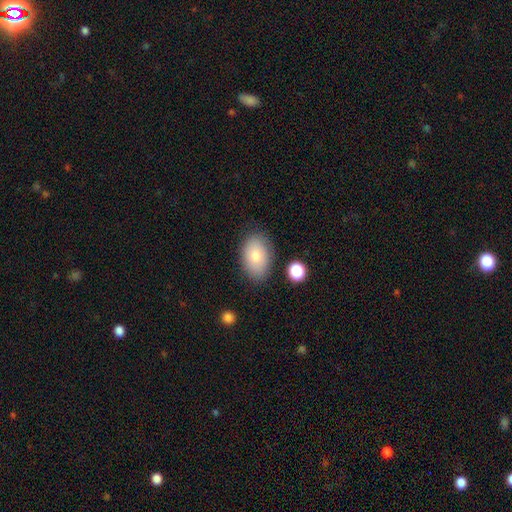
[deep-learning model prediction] smooth 81%, featured or disk 12%, star or artifact 7%. Down the decision tree: how rounded — in between (90%); merging — none (81%).